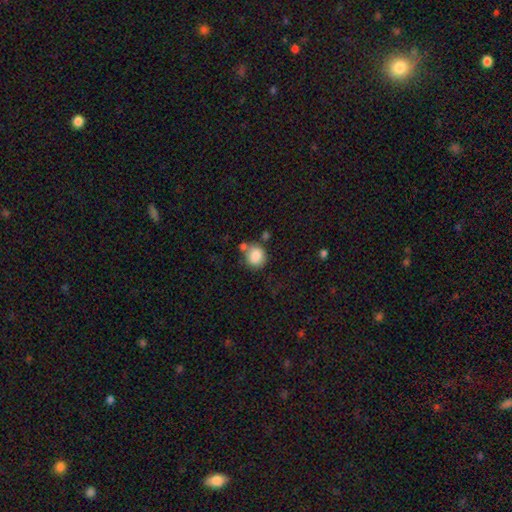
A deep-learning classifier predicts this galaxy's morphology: type=smooth (85%); roundness=round (80%); merging=none (64%).